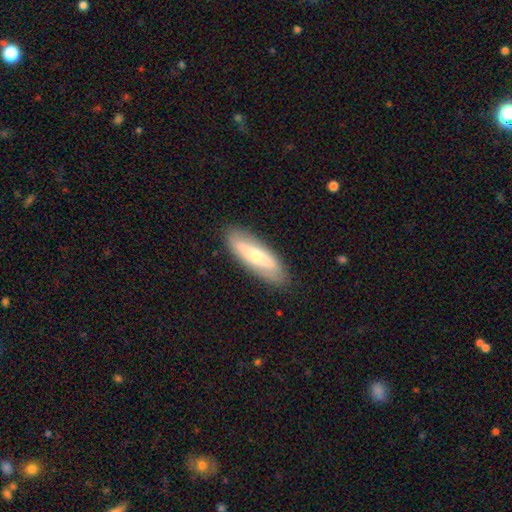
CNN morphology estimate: smooth-or-featured: smooth: 53% | featured or disk: 42% | star or artifact: 6%
  how-rounded: cigar-shaped: 50% | in between: 48% | round: 2%
  merging: none: 85% | minor disturbance: 11% | major disturbance: 3% | merger: 1%